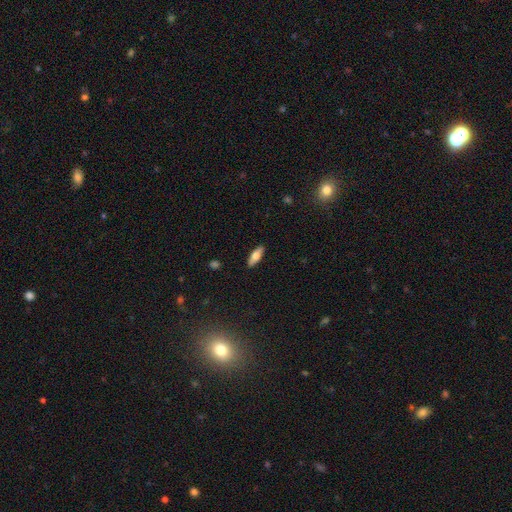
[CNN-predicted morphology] A smooth galaxy with no disk features (65%) that is in between round and cigar-shaped (62%).

Vote fractions:
- Smooth or featured? smooth: 65% / featured or disk: 29% / star or artifact: 6%
- How rounded? in between: 62% / cigar-shaped: 35% / round: 2%
- Merging? none: 89% / minor disturbance: 8% / major disturbance: 2% / merger: 1%